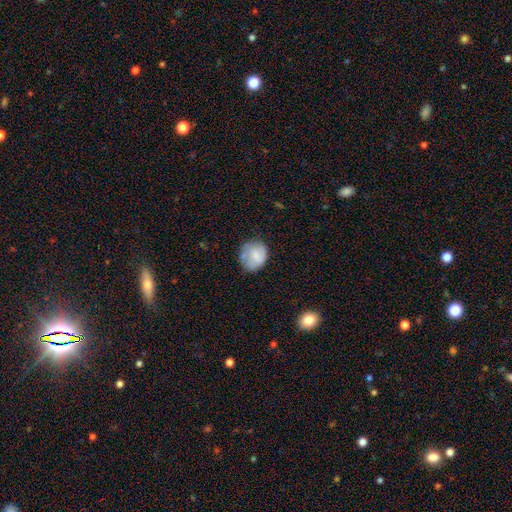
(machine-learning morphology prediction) The model was most divided on "merging": none: 60%, minor disturbance: 26%, major disturbance: 10%, merger: 3%. More confident: how rounded — round (68%); smooth or featured — smooth (67%).